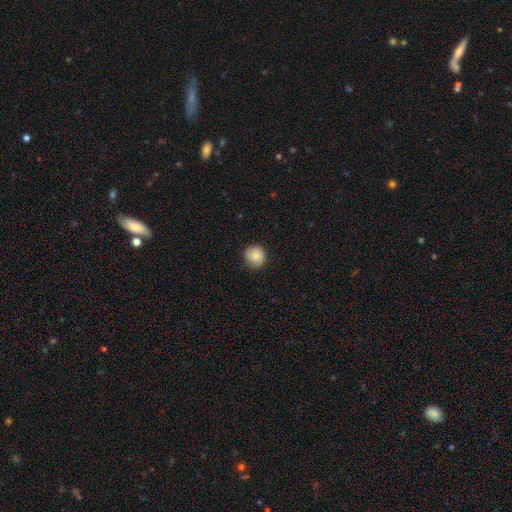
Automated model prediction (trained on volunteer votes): Smooth or featured? Predicted: smooth (p=0.83). How rounded? Predicted: round (p=0.89). Merging? Predicted: none (p=0.83).